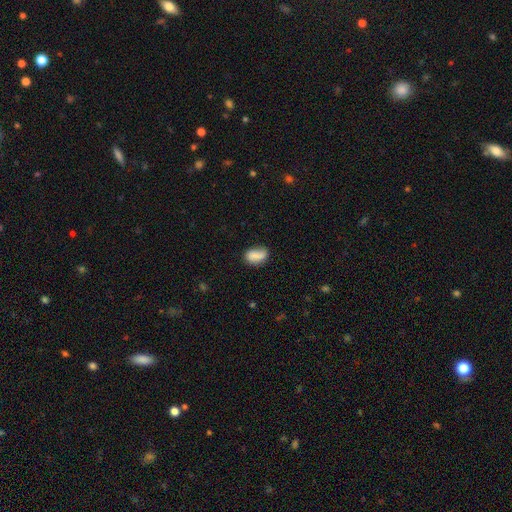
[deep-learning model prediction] Morphology: type=smooth (78%); roundness=in between (86%); merging=none (62%).